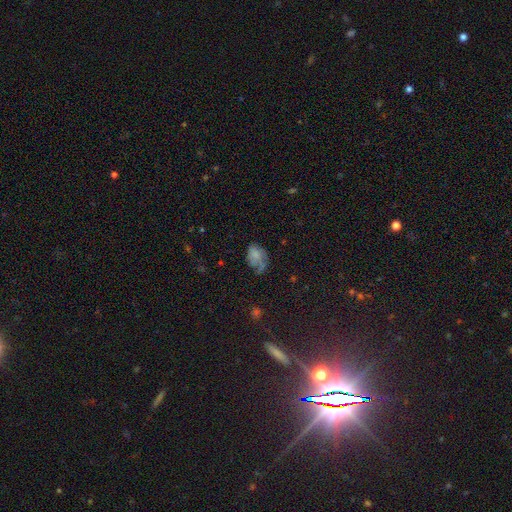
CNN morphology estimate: A smooth galaxy with no disk features (61%) that is in between round and cigar-shaped (85%). Merging: none (35%).